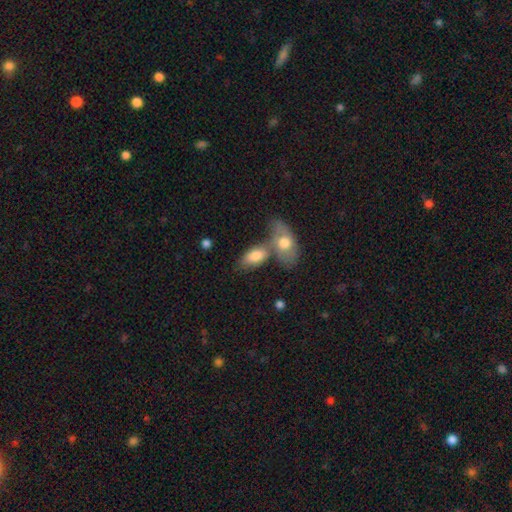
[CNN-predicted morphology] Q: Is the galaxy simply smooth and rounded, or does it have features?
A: smooth — 74%.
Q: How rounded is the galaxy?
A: in between — 90%.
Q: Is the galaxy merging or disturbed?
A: merger — 53%.